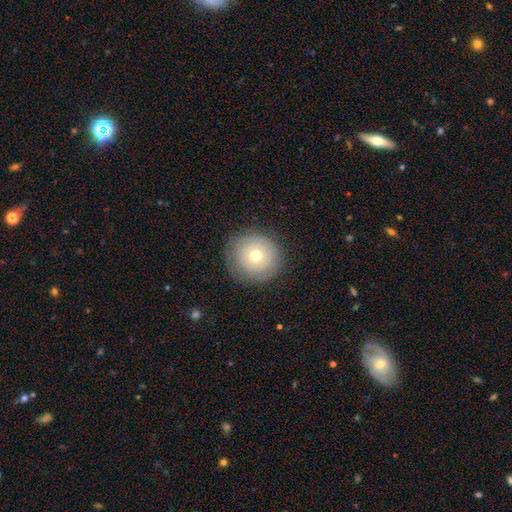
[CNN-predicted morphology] smooth-or-featured: smooth: 55% | featured or disk: 35% | star or artifact: 9%
  how-rounded: round: 92% | in between: 7% | cigar-shaped: 1%
  merging: none: 83% | minor disturbance: 12% | major disturbance: 5% | merger: 1%